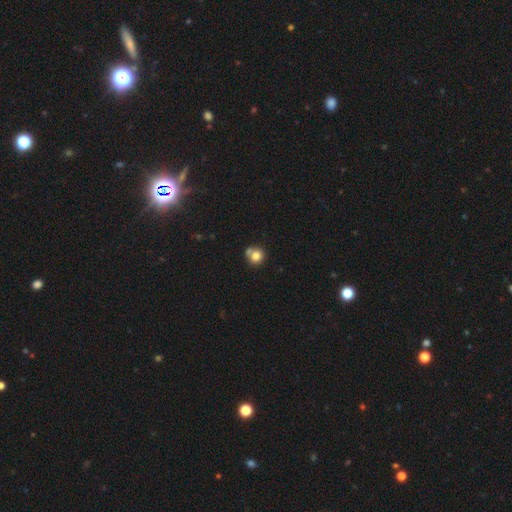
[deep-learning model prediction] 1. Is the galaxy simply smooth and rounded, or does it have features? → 80% smooth, 10% star or artifact, 10% featured or disk.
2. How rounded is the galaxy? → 87% round, 12% in between, 1% cigar-shaped.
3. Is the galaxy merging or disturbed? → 58% none, 25% merger, 12% minor disturbance, 4% major disturbance.